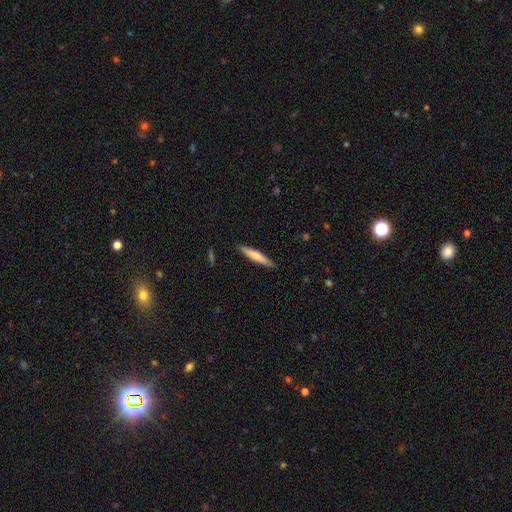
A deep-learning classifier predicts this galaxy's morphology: A smooth galaxy with no disk features (64%) that is cigar-shaped (92%).

Vote fractions:
- Smooth or featured? smooth: 64% / featured or disk: 30% / star or artifact: 5%
- How rounded? cigar-shaped: 92% / in between: 6% / round: 1%
- Merging? none: 90% / minor disturbance: 7% / major disturbance: 1% / merger: 1%